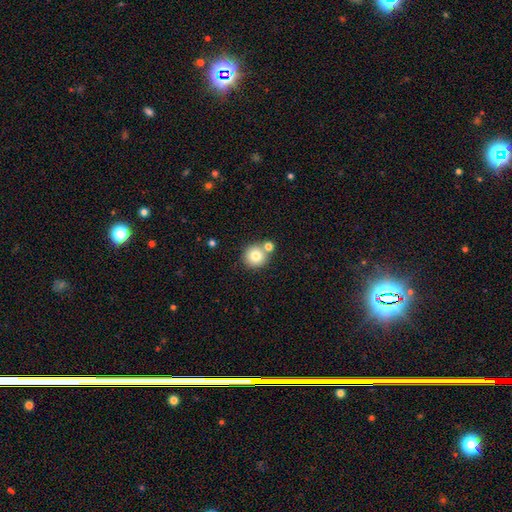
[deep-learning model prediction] smooth-or-featured: smooth: 79% | star or artifact: 11% | featured or disk: 10%
  how-rounded: round: 93% | in between: 6% | cigar-shaped: 1%
  merging: none: 67% | merger: 23% | minor disturbance: 7% | major disturbance: 2%